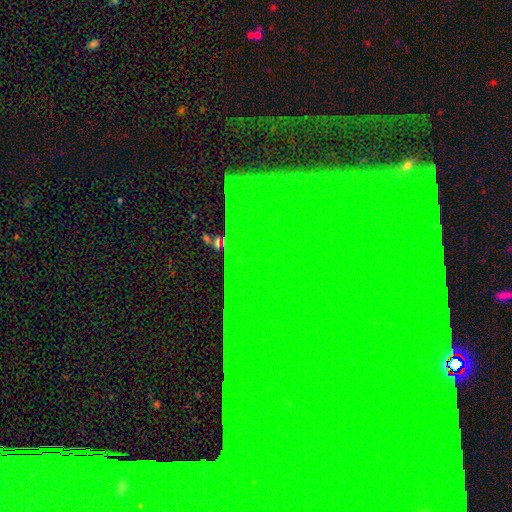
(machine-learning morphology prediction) Q: Smooth or featured?
A: star or artifact (84%); runner-up: featured or disk (8%)